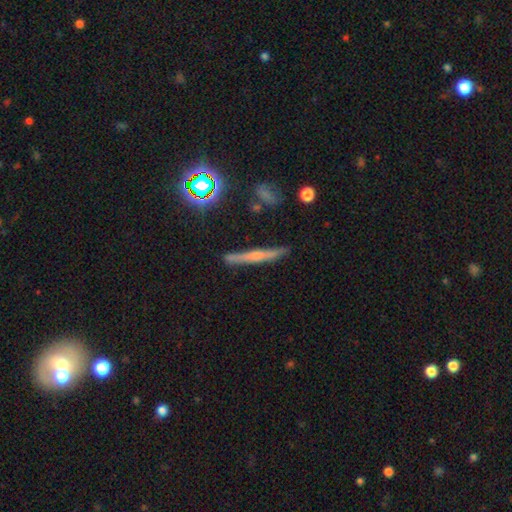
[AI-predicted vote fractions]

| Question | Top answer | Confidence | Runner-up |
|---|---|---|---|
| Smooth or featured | featured or disk | 51% | smooth (34%) |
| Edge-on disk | yes | 95% | no (5%) |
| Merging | none | 86% | minor disturbance (10%) |